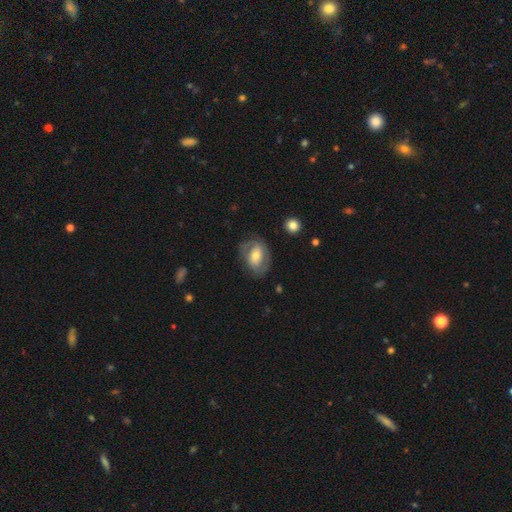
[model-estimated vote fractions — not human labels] Q: Smooth or featured?
A: featured or disk (55%); runner-up: smooth (38%)
Q: Edge-on disk?
A: no (95%); runner-up: yes (5%)
Q: Bar?
A: no (46%); runner-up: weak (35%)
Q: Spiral arms?
A: yes (63%); runner-up: no (37%)
Q: Bulge size?
A: moderate (63%); runner-up: small (27%)
Q: Merging?
A: none (71%); runner-up: minor disturbance (18%)